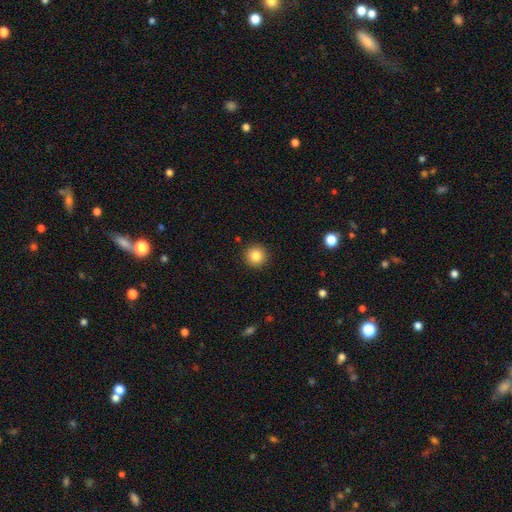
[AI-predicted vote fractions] smooth 85%, star or artifact 10%, featured or disk 6%. Down the decision tree: how rounded — round (95%); merging — none (92%).